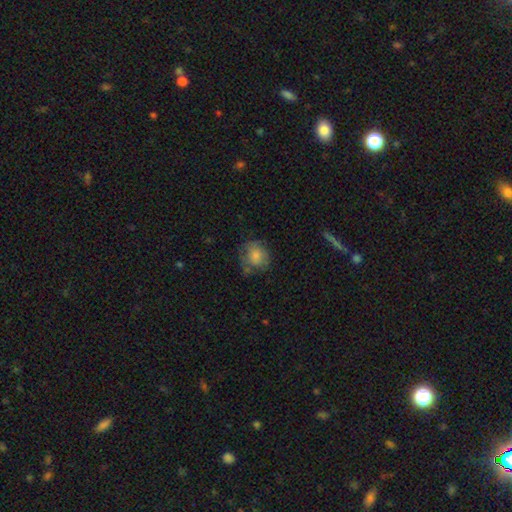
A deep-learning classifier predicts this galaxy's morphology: A smooth galaxy with no disk features (68%) that is round (75%). Merging: none (54%).